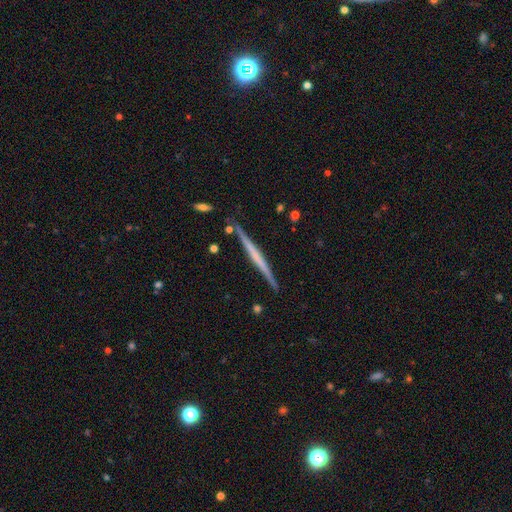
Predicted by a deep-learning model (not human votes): A featured or disk galaxy (63%) viewed edge-on (98%) with no central bulge (79%).

Vote fractions:
- Smooth or featured? featured or disk: 63% / smooth: 31% / star or artifact: 5%
- Edge-on disk? yes: 98% / no: 2%
- Edge-on bulge? none: 79% / rounded: 13% / boxy: 8%
- Merging? none: 89% / minor disturbance: 8% / merger: 2% / major disturbance: 1%